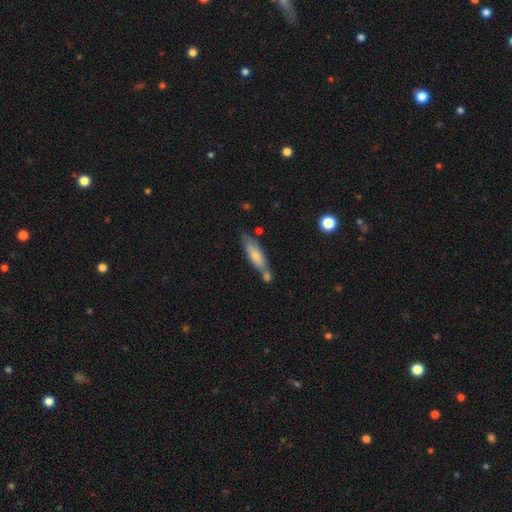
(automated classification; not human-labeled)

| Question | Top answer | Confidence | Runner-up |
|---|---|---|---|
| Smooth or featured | smooth | 64% | featured or disk (30%) |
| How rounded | cigar-shaped | 70% | in between (28%) |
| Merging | none | 52% | merger (25%) |